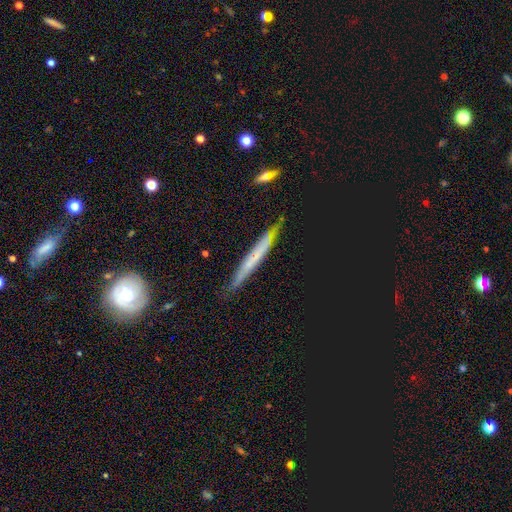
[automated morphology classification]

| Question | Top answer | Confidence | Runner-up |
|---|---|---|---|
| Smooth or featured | featured or disk | 53% | smooth (33%) |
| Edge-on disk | yes | 84% | no (16%) |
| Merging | none | 80% | minor disturbance (16%) |